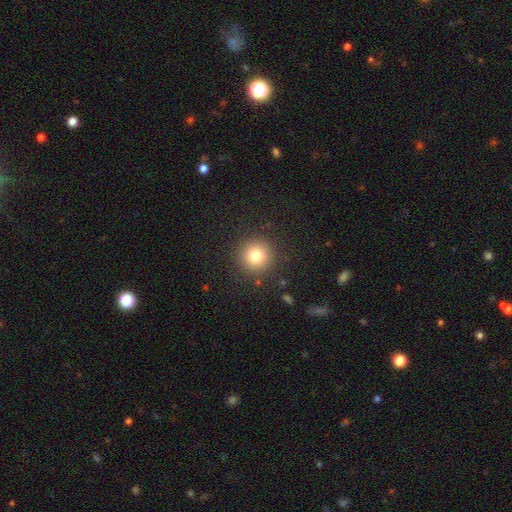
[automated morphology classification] Overall: smooth (78%). How rounded: round (95%). Merging: none (90%).